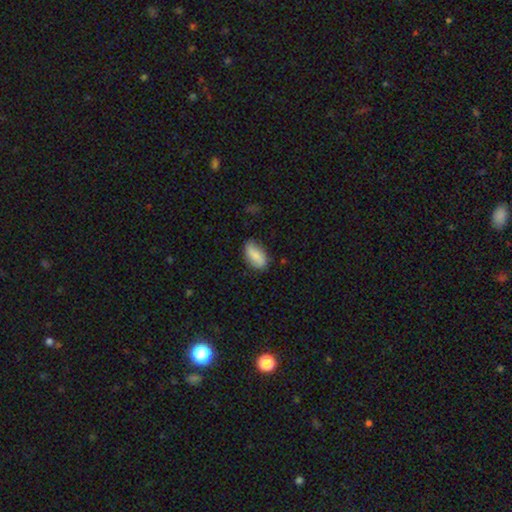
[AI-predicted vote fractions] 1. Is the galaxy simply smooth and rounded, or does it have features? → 82% smooth, 11% featured or disk, 6% star or artifact.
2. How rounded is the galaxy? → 91% in between, 6% cigar-shaped, 3% round.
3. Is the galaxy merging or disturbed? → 72% none, 23% minor disturbance, 4% major disturbance, 2% merger.